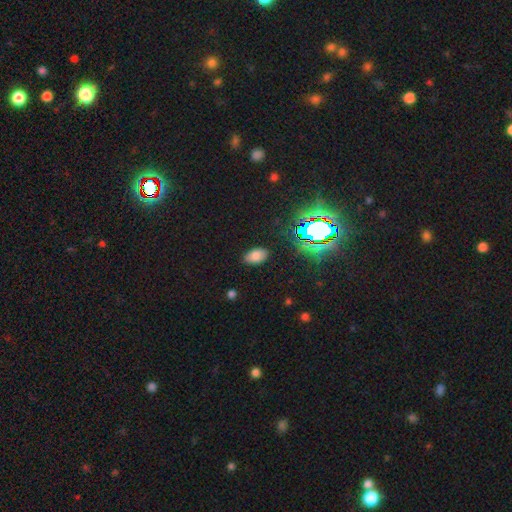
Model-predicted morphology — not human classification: Q: Smooth or featured?
A: smooth (74%); runner-up: star or artifact (18%)
Q: How rounded?
A: in between (91%); runner-up: round (7%)
Q: Merging?
A: none (83%); runner-up: minor disturbance (13%)